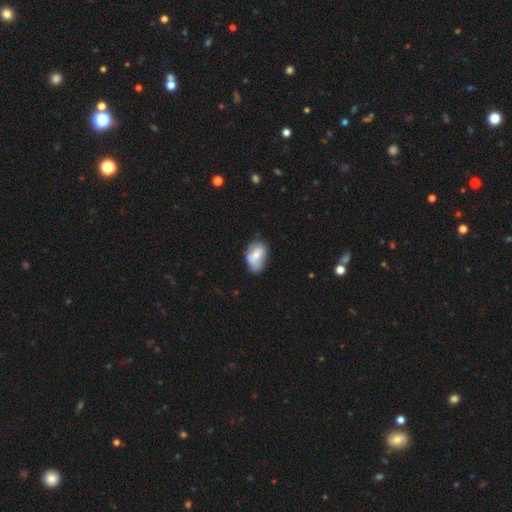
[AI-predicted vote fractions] This appears to be a smooth galaxy with no disk features (62%) that is in between round and cigar-shaped (86%). Merging: none (47%).